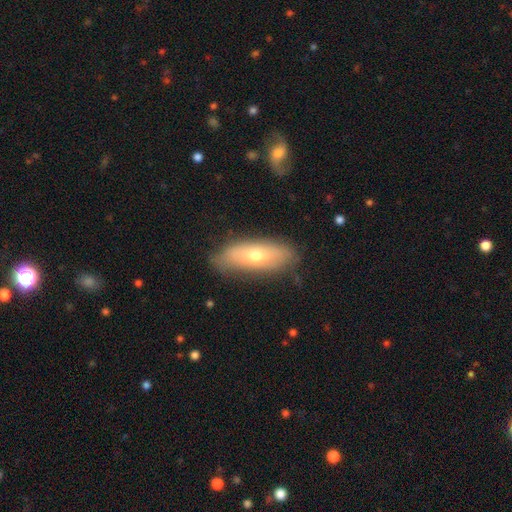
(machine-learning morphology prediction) Smooth or featured?
  - smooth: 53% *
  - featured or disk: 38%
  - star or artifact: 9%
How rounded?
  - in between: 59% *
  - cigar-shaped: 38%
  - round: 3%
Merging?
  - none: 80% *
  - minor disturbance: 15%
  - major disturbance: 4%
  - merger: 2%